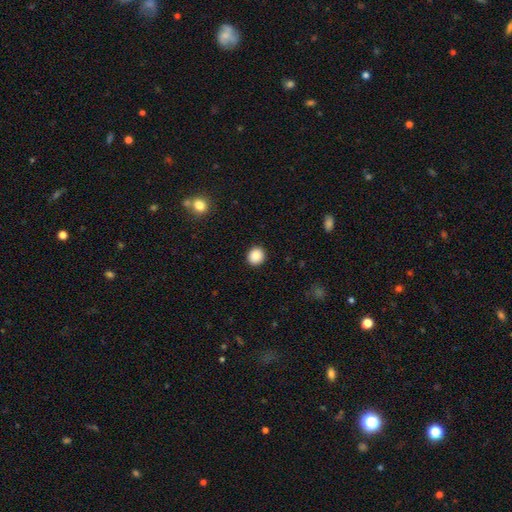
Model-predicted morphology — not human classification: A smooth galaxy with no disk features (88%) that is round (88%). Merging: none (92%).